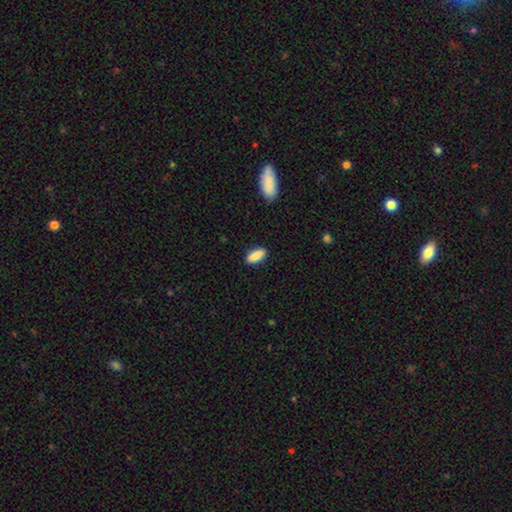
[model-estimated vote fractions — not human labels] A smooth galaxy with no disk features (89%) that is in between round and cigar-shaped (80%).

Vote fractions:
- Smooth or featured? smooth: 89% / star or artifact: 6% / featured or disk: 5%
- How rounded? in between: 80% / cigar-shaped: 17% / round: 2%
- Merging? none: 88% / minor disturbance: 9% / major disturbance: 2% / merger: 1%